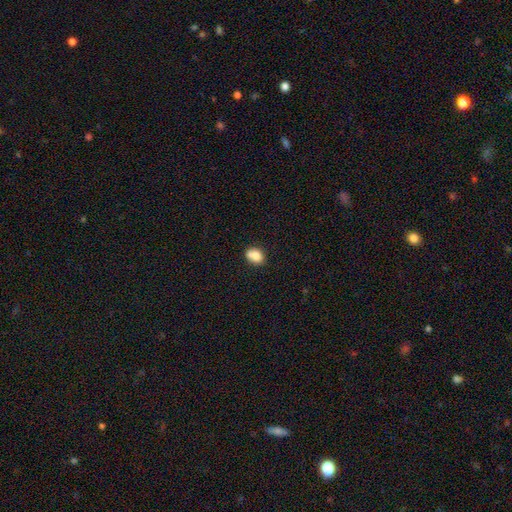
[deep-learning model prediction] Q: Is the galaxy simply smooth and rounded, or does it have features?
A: smooth — 78%.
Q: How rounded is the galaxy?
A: in between — 53%.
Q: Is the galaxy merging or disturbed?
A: none — 52%.